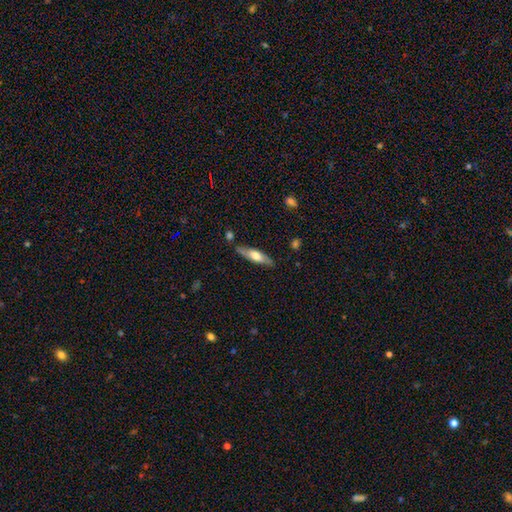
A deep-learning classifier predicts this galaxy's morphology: type=smooth (51%); roundness=cigar-shaped (62%); merging=none (80%).